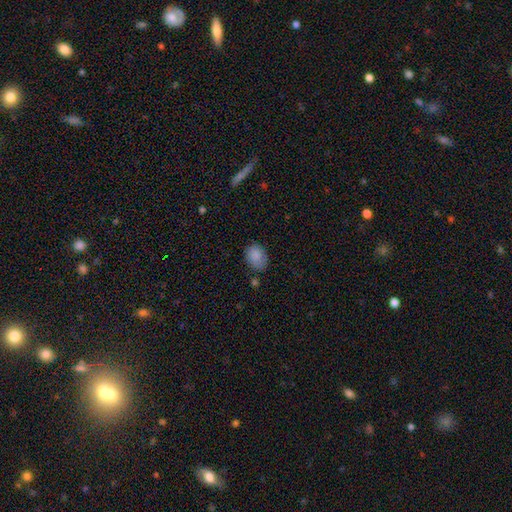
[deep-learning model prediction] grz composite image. It shows a smooth galaxy with no disk features (86%) that is in between round and cigar-shaped (73%). Merging: none (65%).